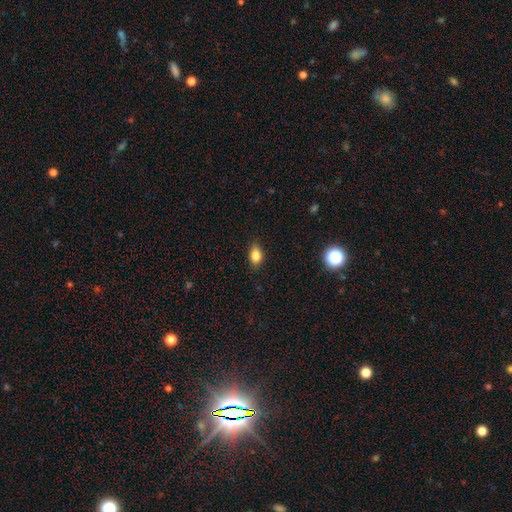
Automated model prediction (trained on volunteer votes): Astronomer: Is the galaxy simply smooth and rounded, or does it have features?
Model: smooth — 84%.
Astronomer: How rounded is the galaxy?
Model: in between — 81%.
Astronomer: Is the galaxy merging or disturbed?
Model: none — 83%.